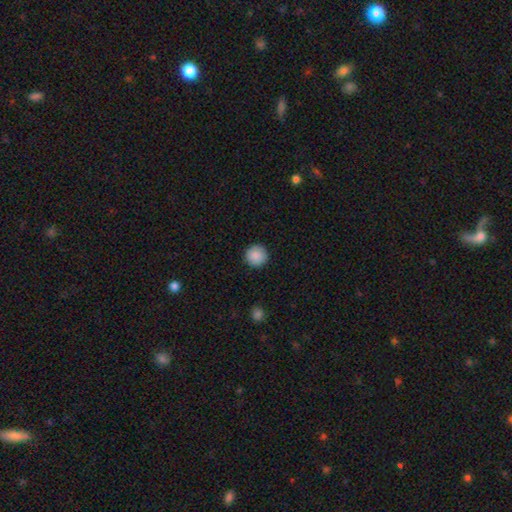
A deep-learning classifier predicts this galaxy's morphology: type=smooth (89%); roundness=round (96%); merging=none (92%).